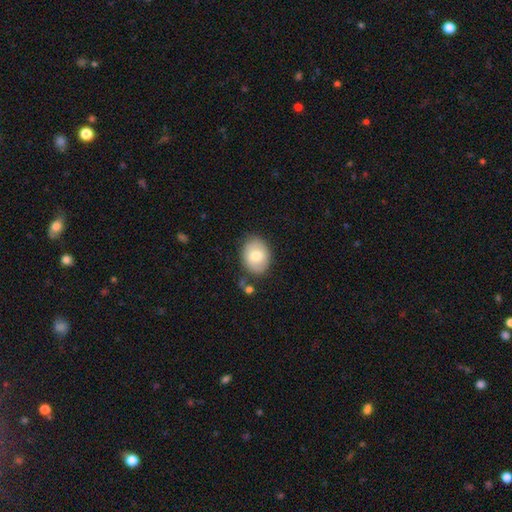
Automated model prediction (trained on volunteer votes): Smooth or featured: smooth — 74% (featured or disk — 19%)
How rounded: in between — 61% (round — 38%)
Merging: none — 78% (minor disturbance — 15%)